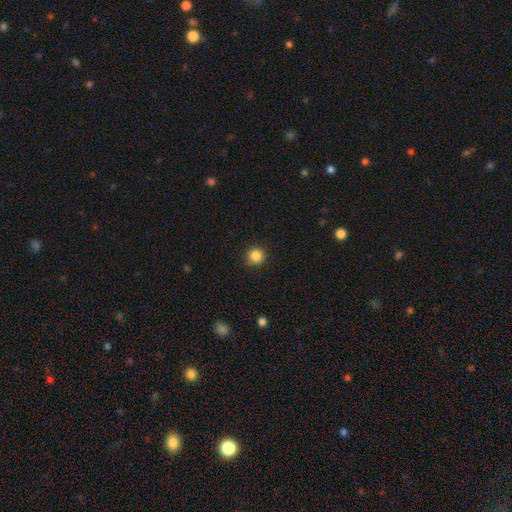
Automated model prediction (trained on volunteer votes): smooth_or_featured: smooth (p=0.85) [alt: star or artifact p=0.11]
how_rounded: round (p=0.94) [alt: in between p=0.05]
merging: none (p=0.89) [alt: minor disturbance p=0.08]